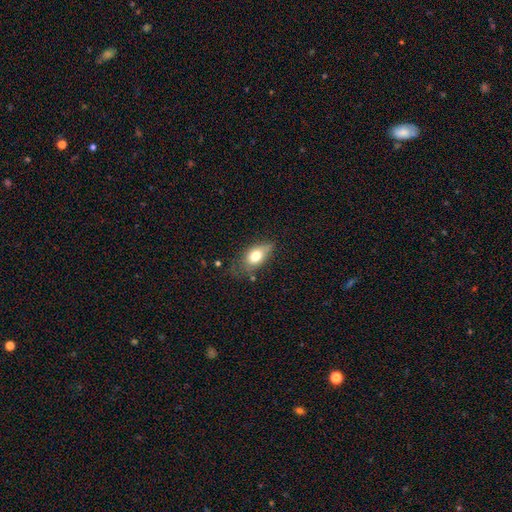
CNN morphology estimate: Smooth or featured? smooth (73%)
How rounded? in between (85%)
Merging? none (50%)